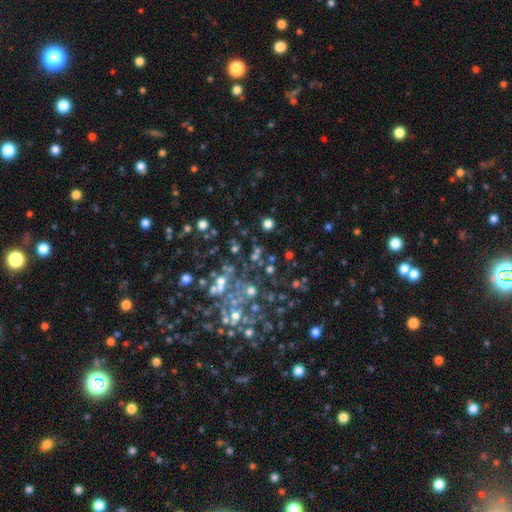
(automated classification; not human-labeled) The model was most divided on "smooth or featured": star or artifact: 46%, smooth: 30%, featured or disk: 25%.